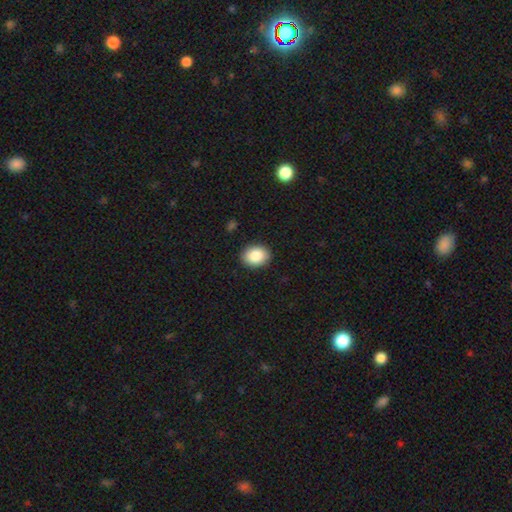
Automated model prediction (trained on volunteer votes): A smooth galaxy with no disk features (87%) that is in between round and cigar-shaped (59%). Merging: none (90%).